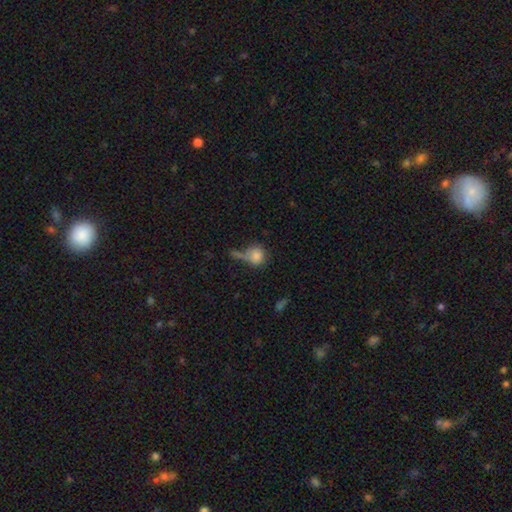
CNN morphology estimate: Smooth or featured: smooth — 79% (featured or disk — 11%)
How rounded: round — 75% (in between — 23%)
Merging: none — 38% (merger — 23%)